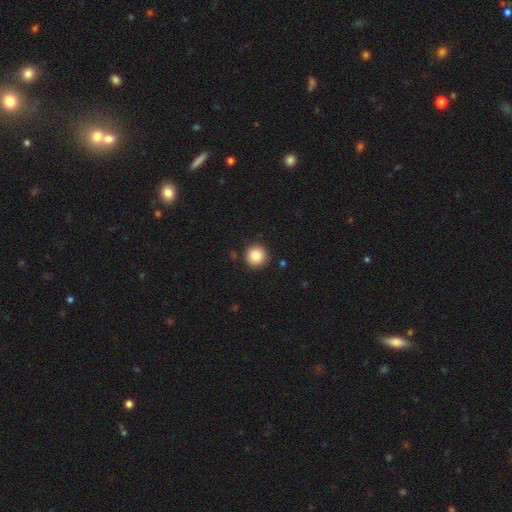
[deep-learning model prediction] This appears to be a smooth galaxy with no disk features (83%) that is round (96%). Merging: none (91%).